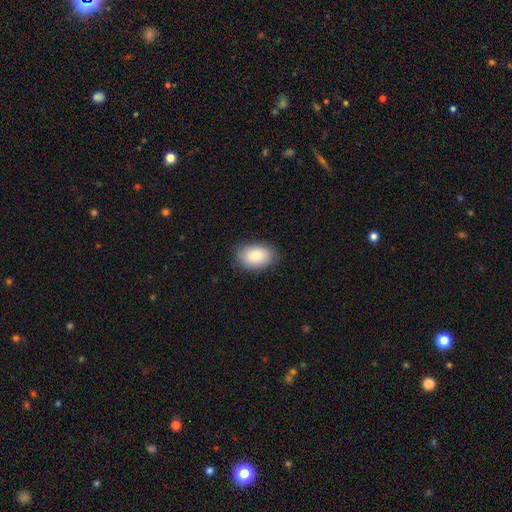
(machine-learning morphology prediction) smooth_or_featured: smooth (p=0.87) [alt: featured or disk p=0.07]
how_rounded: in between (p=0.89) [alt: round p=0.10]
merging: none (p=0.85) [alt: minor disturbance p=0.11]